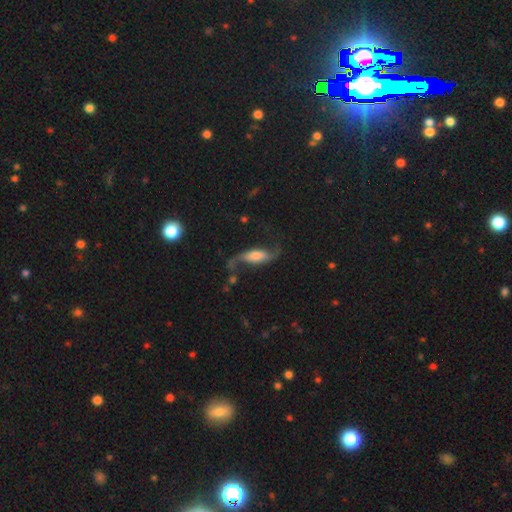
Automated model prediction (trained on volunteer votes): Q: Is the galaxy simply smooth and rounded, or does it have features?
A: featured or disk — 76%.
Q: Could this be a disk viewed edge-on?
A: no — 88%.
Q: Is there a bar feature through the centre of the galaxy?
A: no — 43%.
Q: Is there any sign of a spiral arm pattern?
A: yes — 94%.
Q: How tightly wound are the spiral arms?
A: loose — 87%.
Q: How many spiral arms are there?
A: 2 — 91%.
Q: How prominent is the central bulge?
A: moderate — 32%.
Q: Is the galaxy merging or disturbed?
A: none — 62%.